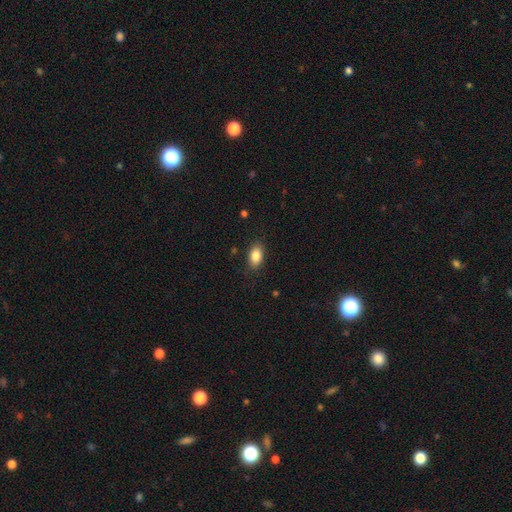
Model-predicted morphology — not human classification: Q: Smooth or featured?
A: smooth (86%); runner-up: star or artifact (8%)
Q: How rounded?
A: in between (90%); runner-up: round (8%)
Q: Merging?
A: none (86%); runner-up: minor disturbance (11%)